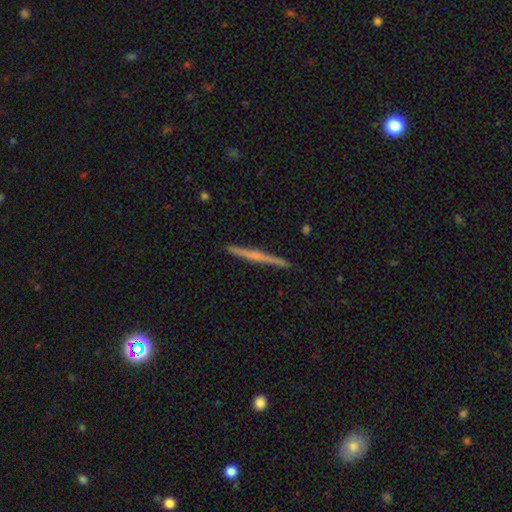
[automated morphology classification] A featured or disk galaxy (62%) viewed edge-on (98%) with no central bulge (48%). Merging: none (92%).